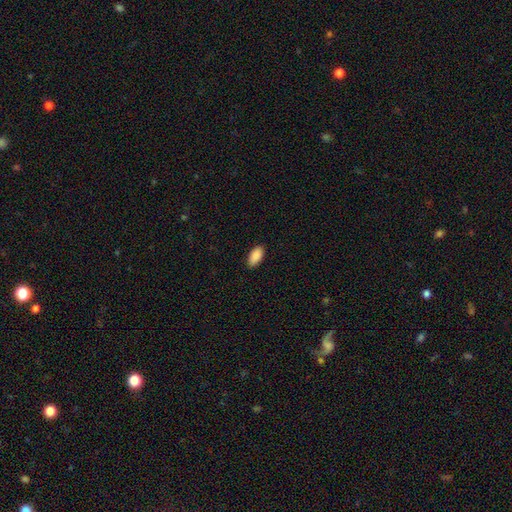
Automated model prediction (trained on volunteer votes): A smooth galaxy with no disk features (90%) that is in between round and cigar-shaped (93%). Merging: none (86%).